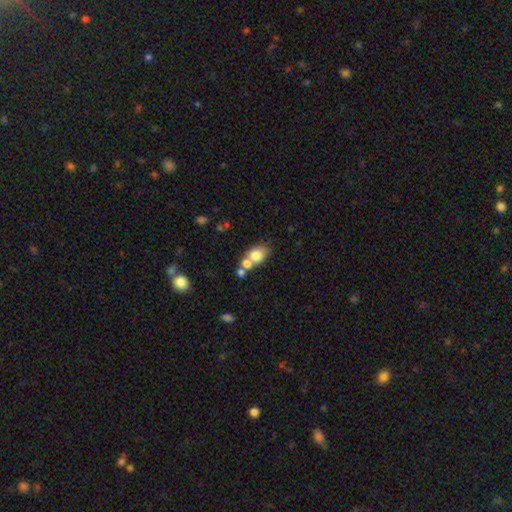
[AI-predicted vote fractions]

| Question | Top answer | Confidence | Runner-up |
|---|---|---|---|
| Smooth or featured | smooth | 72% | featured or disk (18%) |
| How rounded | in between | 68% | round (30%) |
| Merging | merger | 48% | none (36%) |